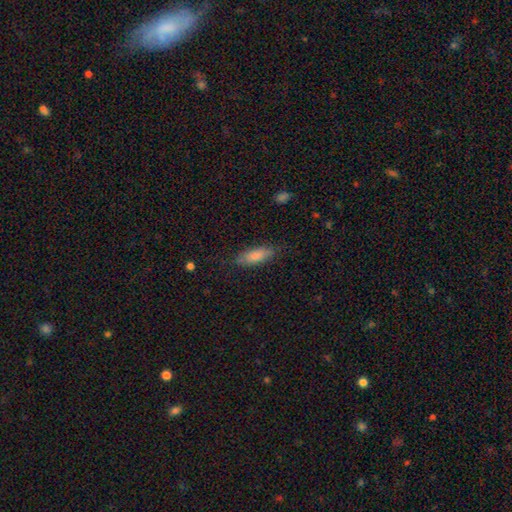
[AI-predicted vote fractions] smooth 84%, featured or disk 9%, star or artifact 7%. Down the decision tree: how rounded — in between (60%); merging — none (80%).